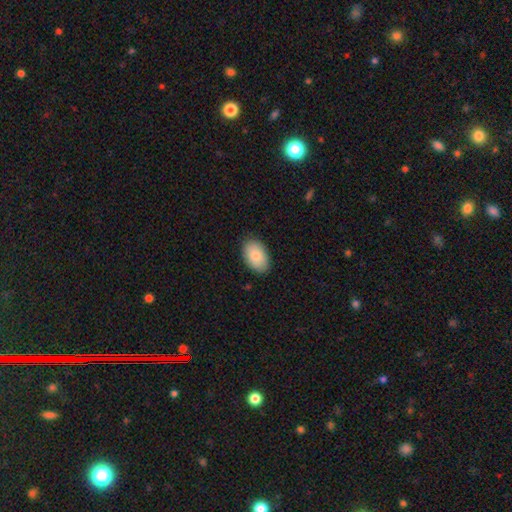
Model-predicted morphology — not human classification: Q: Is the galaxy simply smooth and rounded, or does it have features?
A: smooth — 84%.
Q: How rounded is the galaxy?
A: in between — 89%.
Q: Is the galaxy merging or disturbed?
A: none — 86%.